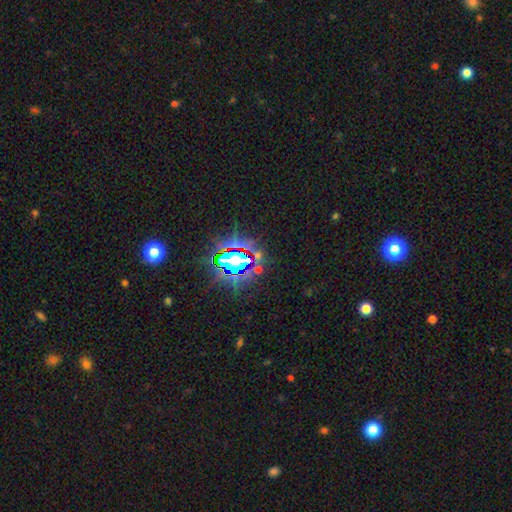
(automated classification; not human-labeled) Smooth or featured? Predicted: star or artifact (p=0.78).